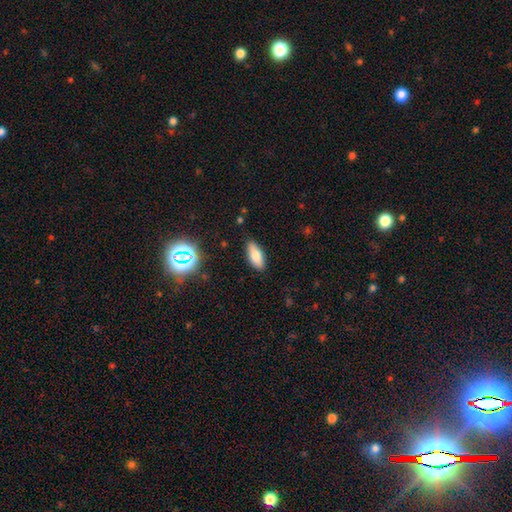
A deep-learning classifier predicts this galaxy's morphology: Smooth or featured: smooth — 78% (featured or disk — 13%)
How rounded: in between — 80% (cigar-shaped — 18%)
Merging: none — 86% (minor disturbance — 10%)